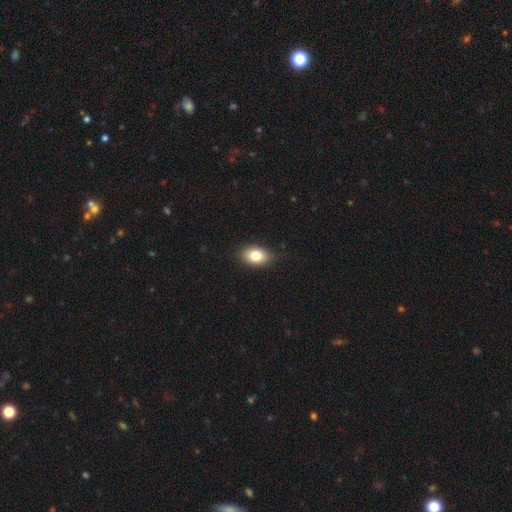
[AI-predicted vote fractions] A smooth galaxy with no disk features (81%) that is in between round and cigar-shaped (85%). Merging: none (85%).